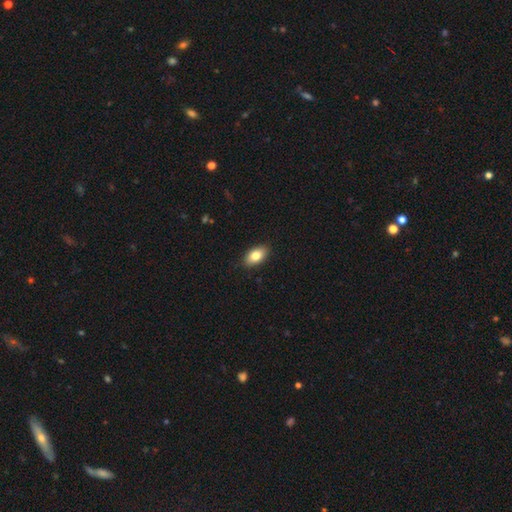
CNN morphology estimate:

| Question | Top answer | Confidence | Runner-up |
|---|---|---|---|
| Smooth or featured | smooth | 81% | featured or disk (11%) |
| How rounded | in between | 92% | round (5%) |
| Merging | none | 89% | minor disturbance (9%) |